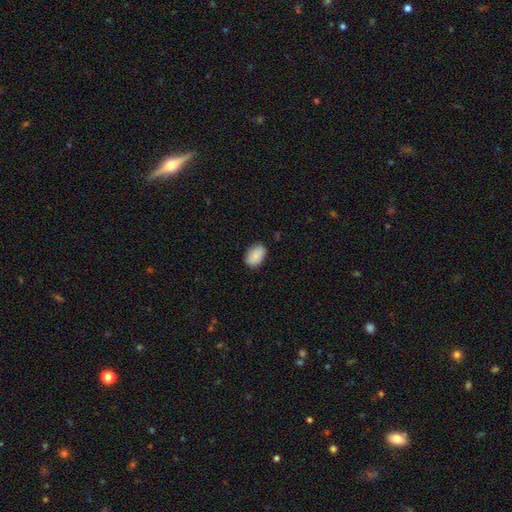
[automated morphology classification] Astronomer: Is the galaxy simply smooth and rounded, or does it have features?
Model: smooth — 87%.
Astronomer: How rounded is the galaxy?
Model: in between — 88%.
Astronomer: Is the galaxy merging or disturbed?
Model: none — 84%.